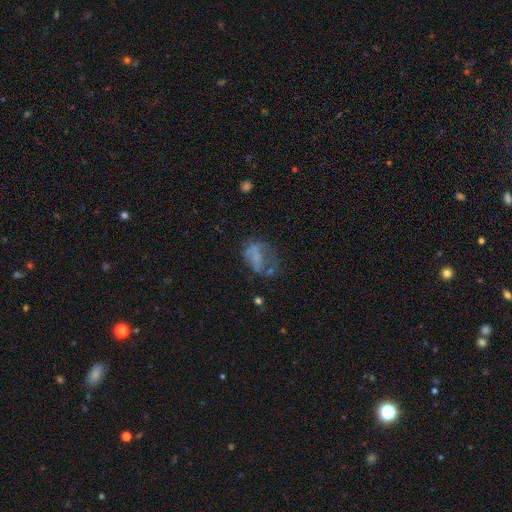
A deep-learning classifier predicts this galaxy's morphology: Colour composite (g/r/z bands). It shows a smooth galaxy with no disk features (48%). Merging: major disturbance (38%).